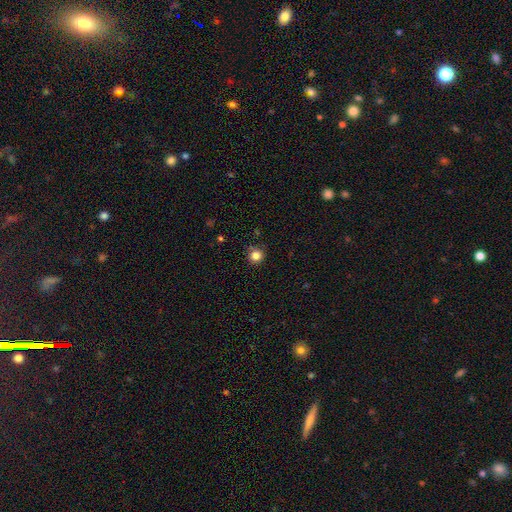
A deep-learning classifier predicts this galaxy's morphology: smooth_or_featured: smooth (p=0.83) [alt: star or artifact p=0.13]
how_rounded: round (p=0.93) [alt: in between p=0.06]
merging: none (p=0.85) [alt: minor disturbance p=0.11]